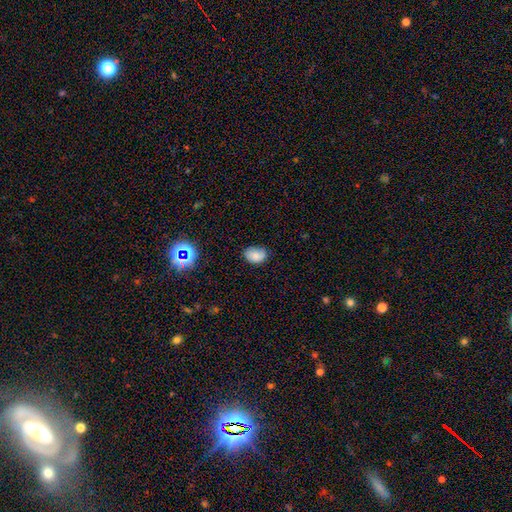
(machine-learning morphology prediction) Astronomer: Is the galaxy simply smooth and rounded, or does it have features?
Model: smooth — 80%.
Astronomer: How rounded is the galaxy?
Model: in between — 75%.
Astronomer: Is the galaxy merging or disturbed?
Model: none — 71%.